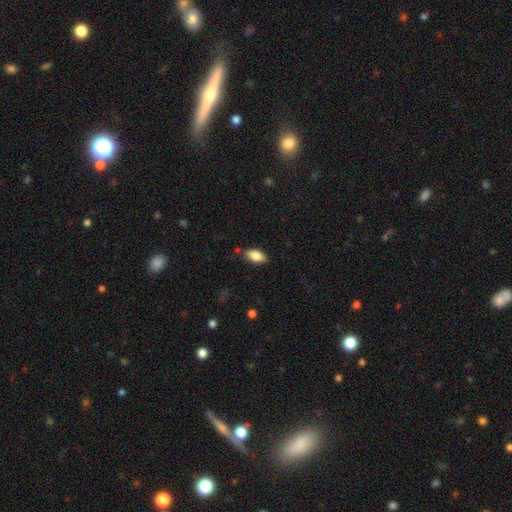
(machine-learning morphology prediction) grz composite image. It shows a smooth galaxy with no disk features (80%) that is in between round and cigar-shaped (90%). Merging: none (80%).